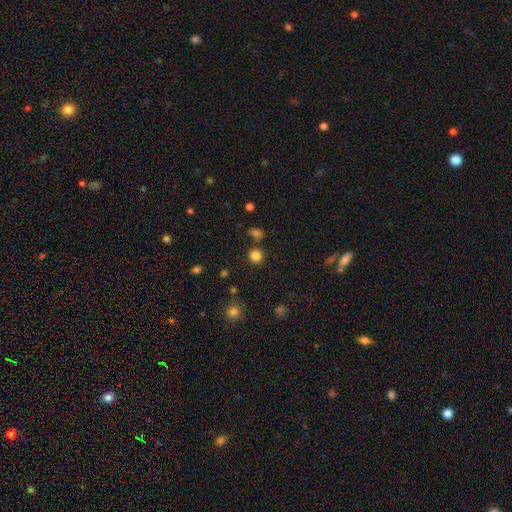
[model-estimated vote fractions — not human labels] smooth 82%, star or artifact 13%, featured or disk 4%. Down the decision tree: how rounded — round (90%); merging — none (82%).